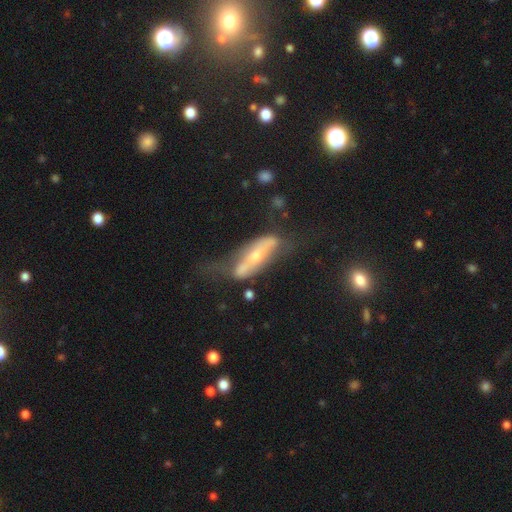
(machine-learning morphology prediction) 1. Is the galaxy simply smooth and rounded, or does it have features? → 65% featured or disk, 29% smooth, 6% star or artifact.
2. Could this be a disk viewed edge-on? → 62% no, 38% yes.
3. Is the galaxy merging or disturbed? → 38% none, 29% major disturbance, 26% minor disturbance, 7% merger.